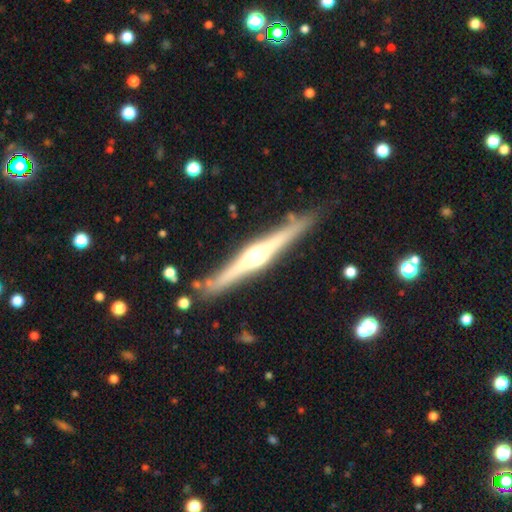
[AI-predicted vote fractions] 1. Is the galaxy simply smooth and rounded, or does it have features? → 79% featured or disk, 16% smooth, 5% star or artifact.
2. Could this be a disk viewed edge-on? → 98% yes, 2% no.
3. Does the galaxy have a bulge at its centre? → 88% rounded, 8% boxy, 4% none.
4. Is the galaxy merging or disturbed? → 86% none, 10% minor disturbance, 2% merger, 2% major disturbance.